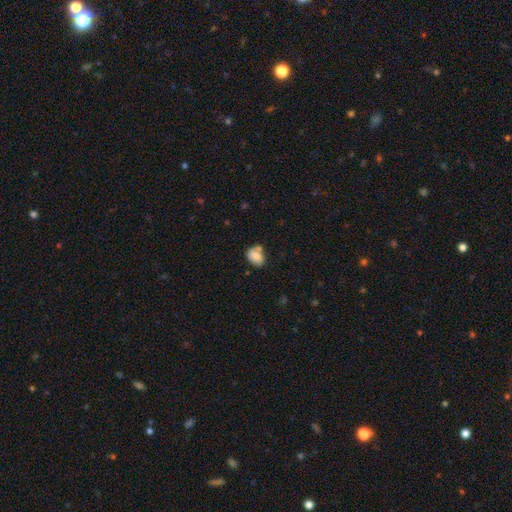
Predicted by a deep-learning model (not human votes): Overall: smooth (77%). How rounded: in between (69%; round 30%). Merging: none (52%; minor disturbance 22%).